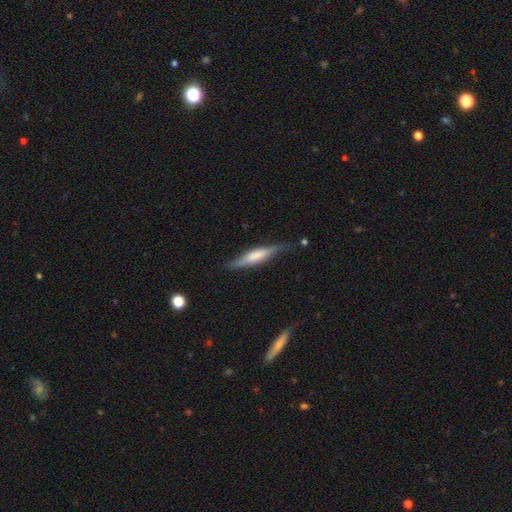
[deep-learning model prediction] Smooth or featured?
  - smooth: 47% * (tied)
  - featured or disk: 47% * (tied)
  - star or artifact: 6%
Merging?
  - none: 74% *
  - minor disturbance: 19%
  - major disturbance: 5%
  - merger: 2%